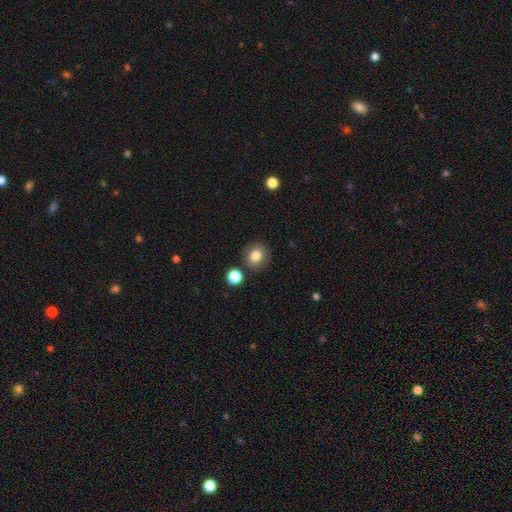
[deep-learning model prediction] Smooth or featured? smooth (83%)
How rounded? round (77%)
Merging? none (81%)